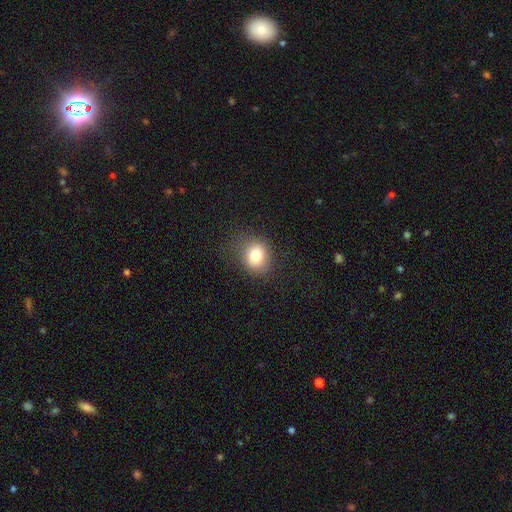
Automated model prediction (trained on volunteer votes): smooth_or_featured: smooth (p=0.80) [alt: star or artifact p=0.11]
how_rounded: round (p=0.66) [alt: in between p=0.33]
merging: none (p=0.79) [alt: minor disturbance p=0.14]